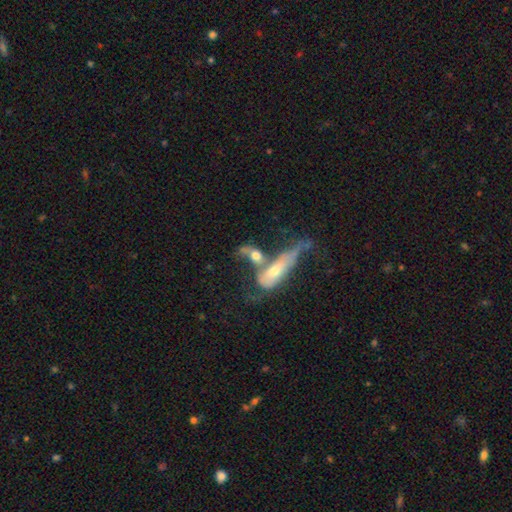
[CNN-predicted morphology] type=featured or disk (51%); edge-on=no (69%); merging=merger (65%).